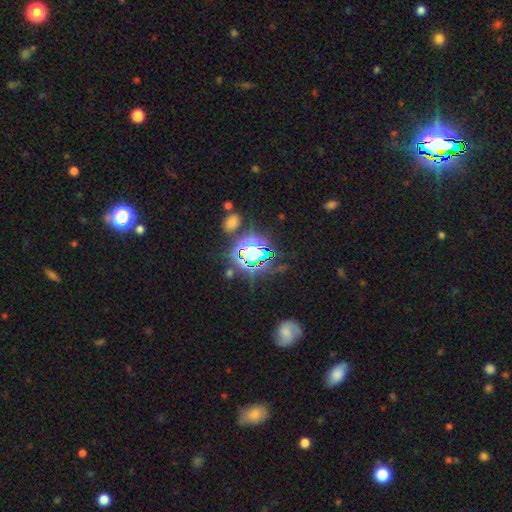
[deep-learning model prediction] This is likely a star or artifact rather than a galaxy (74%).